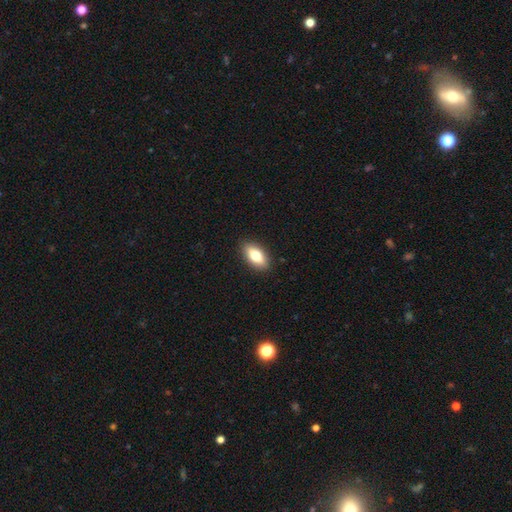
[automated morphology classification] smooth-or-featured: smooth: 72% | featured or disk: 21% | star or artifact: 7%
  how-rounded: in between: 85% | cigar-shaped: 11% | round: 4%
  merging: none: 89% | minor disturbance: 8% | major disturbance: 2% | merger: 1%